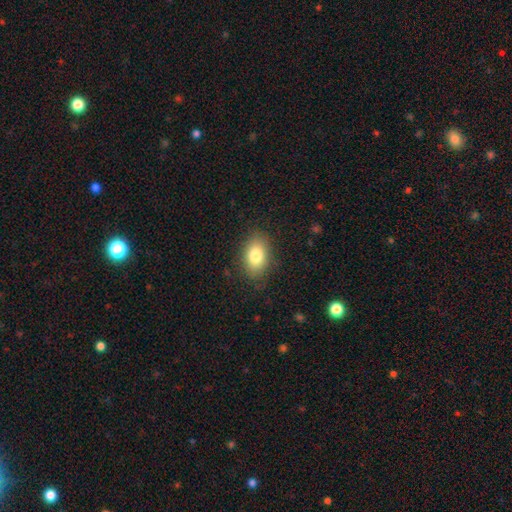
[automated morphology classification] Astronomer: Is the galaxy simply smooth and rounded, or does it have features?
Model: smooth — 81%.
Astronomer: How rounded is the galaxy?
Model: in between — 86%.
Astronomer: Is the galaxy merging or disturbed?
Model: none — 85%.